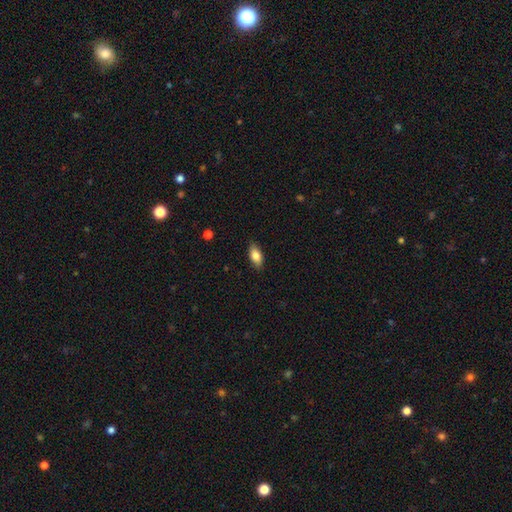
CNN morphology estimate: A smooth galaxy with no disk features (81%) that is in between round and cigar-shaped (88%).

Vote fractions:
- Smooth or featured? smooth: 81% / featured or disk: 12% / star or artifact: 7%
- How rounded? in between: 88% / cigar-shaped: 8% / round: 4%
- Merging? none: 86% / minor disturbance: 11% / major disturbance: 2% / merger: 1%